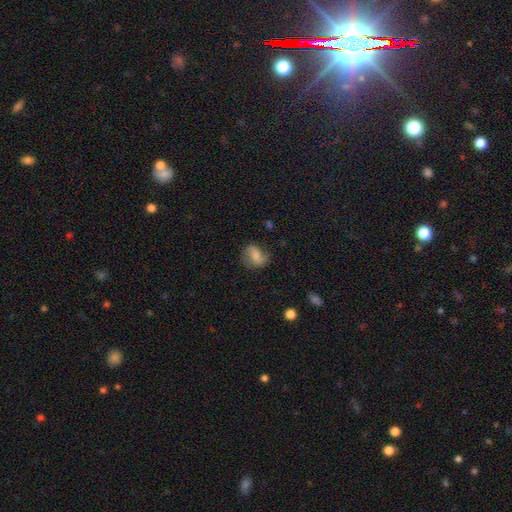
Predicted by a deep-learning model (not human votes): Q: Smooth or featured?
A: smooth (62%); runner-up: featured or disk (29%)
Q: How rounded?
A: in between (56%); runner-up: round (42%)
Q: Merging?
A: none (68%); runner-up: minor disturbance (22%)